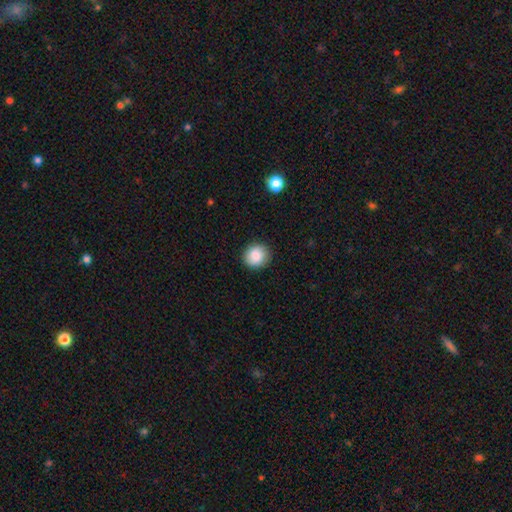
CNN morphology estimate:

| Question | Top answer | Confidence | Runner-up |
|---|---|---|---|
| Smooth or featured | smooth | 86% | star or artifact (8%) |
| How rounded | round | 88% | in between (11%) |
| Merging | none | 89% | minor disturbance (8%) |